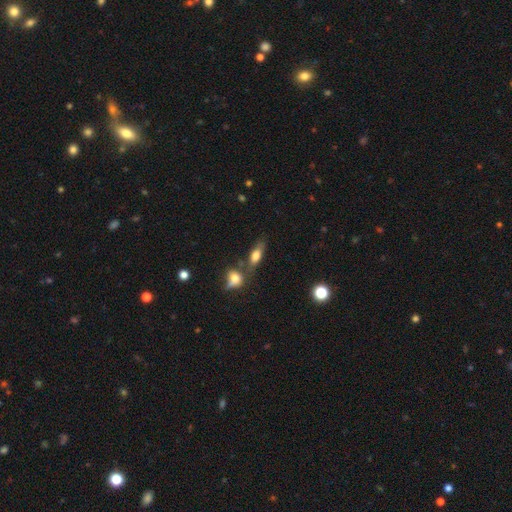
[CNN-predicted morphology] smooth 70%, featured or disk 21%, star or artifact 9%. Down the decision tree: how rounded — in between (69%); merging — none (53%).